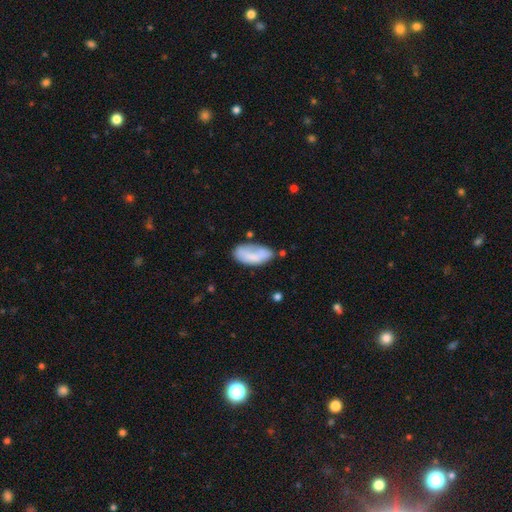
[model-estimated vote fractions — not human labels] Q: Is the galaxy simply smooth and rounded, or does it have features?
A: smooth — 73%.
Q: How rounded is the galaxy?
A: in between — 92%.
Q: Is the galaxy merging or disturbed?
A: none — 48%.